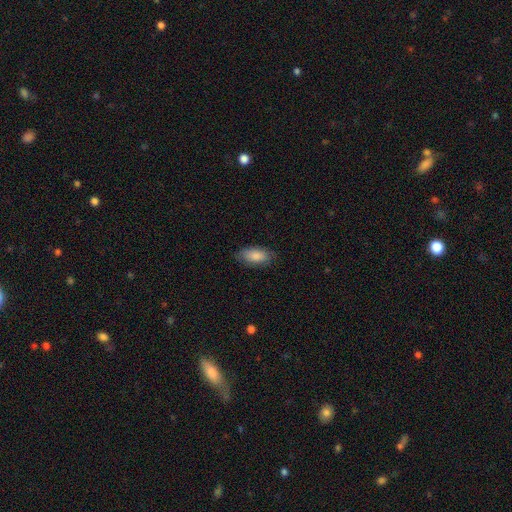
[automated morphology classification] type=smooth (85%); roundness=in between (91%); merging=none (80%).